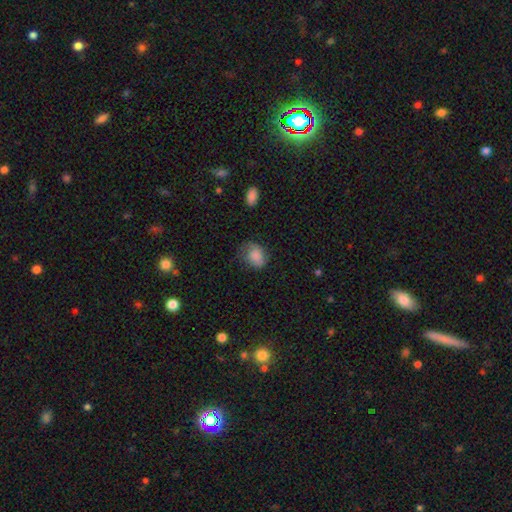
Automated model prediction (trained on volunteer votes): smooth_or_featured: smooth (p=0.80) [alt: featured or disk p=0.12]
how_rounded: in between (p=0.63) [alt: round p=0.36]
merging: none (p=0.46) [alt: minor disturbance p=0.34]